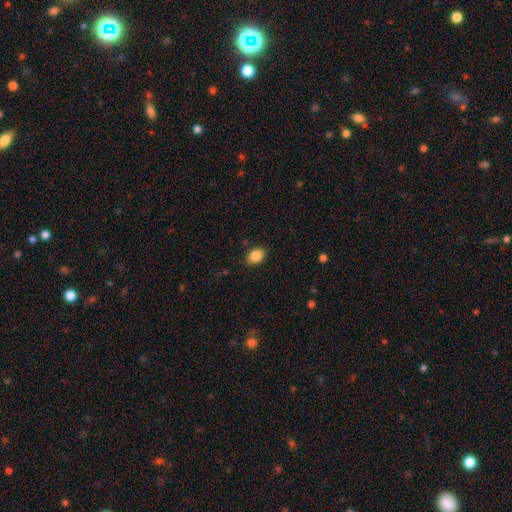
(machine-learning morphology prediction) type=smooth (86%); roundness=in between (72%); merging=none (86%).